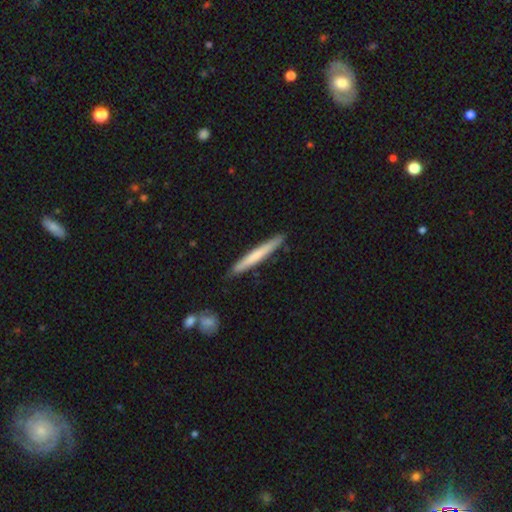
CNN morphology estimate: This appears to be a smooth galaxy with no disk features (61%) that is cigar-shaped (97%). Merging: none (89%).